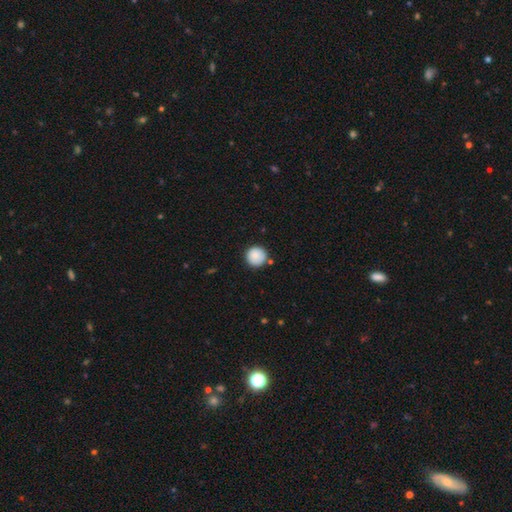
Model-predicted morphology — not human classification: Q: Smooth or featured?
A: smooth (87%); runner-up: star or artifact (8%)
Q: How rounded?
A: round (96%); runner-up: in between (3%)
Q: Merging?
A: none (86%); runner-up: minor disturbance (9%)